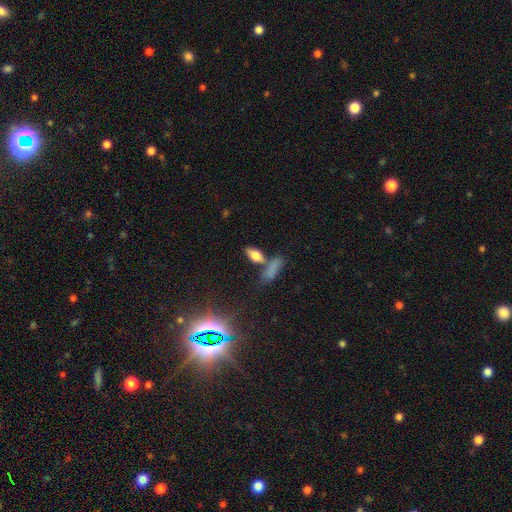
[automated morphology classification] smooth 73%, featured or disk 16%, star or artifact 10%. Down the decision tree: how rounded — in between (77%); merging — none (56%).